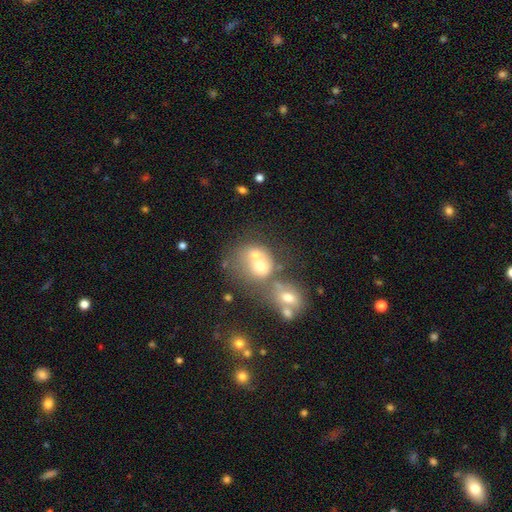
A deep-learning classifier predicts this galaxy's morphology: A smooth galaxy with no disk features (62%) that is round (64%). Merging: merger (62%).